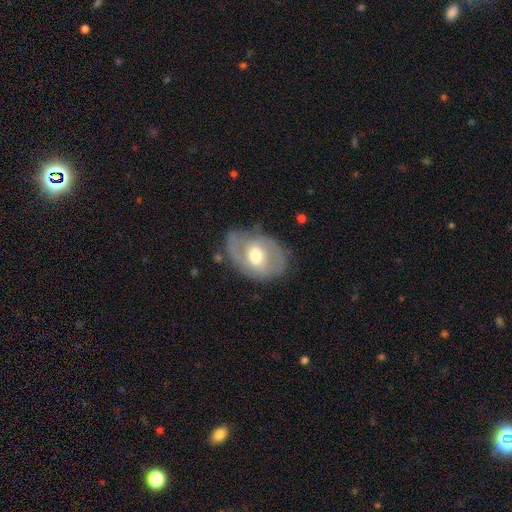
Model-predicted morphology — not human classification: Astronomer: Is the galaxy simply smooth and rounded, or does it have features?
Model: featured or disk — 64%.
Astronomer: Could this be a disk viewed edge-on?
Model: no — 95%.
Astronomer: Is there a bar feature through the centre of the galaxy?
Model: weak — 44% (runner-up: no, 41%).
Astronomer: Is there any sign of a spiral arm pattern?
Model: yes — 69%.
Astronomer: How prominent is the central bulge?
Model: moderate — 72%.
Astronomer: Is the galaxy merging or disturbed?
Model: none — 65%.